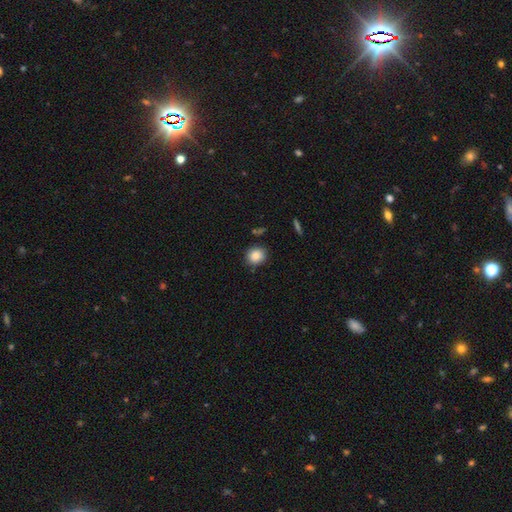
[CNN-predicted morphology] The model was most divided on "how rounded": round: 81%, in between: 18%, cigar-shaped: 1%. More confident: smooth or featured — smooth (87%); merging — none (85%).